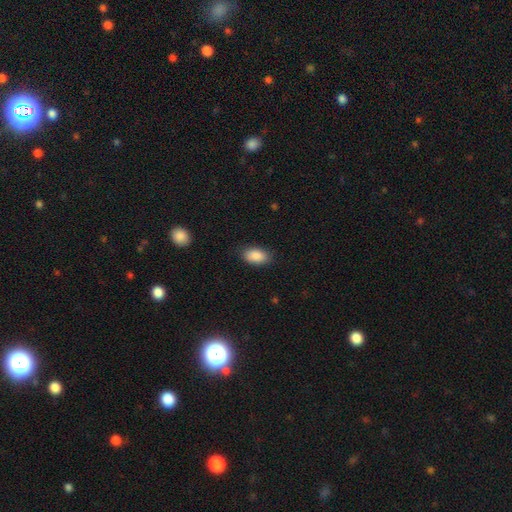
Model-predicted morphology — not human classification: This appears to be a smooth galaxy with no disk features (89%) that is in between round and cigar-shaped (92%). Merging: none (85%).